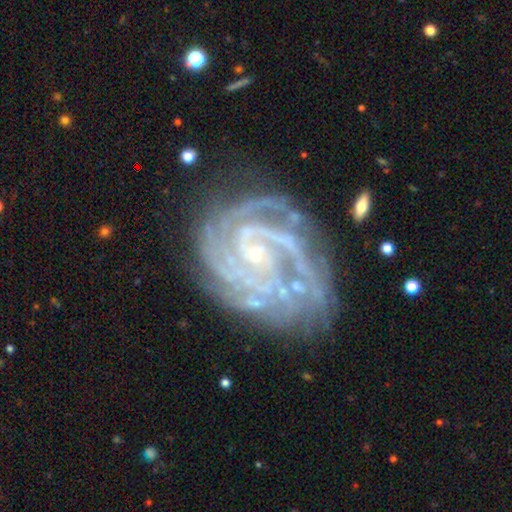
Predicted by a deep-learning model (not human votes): The model was most divided on "spiral arm count": 3: 29%, 4: 20%, 2: 19%, can't tell: 15%, more than 4: 10%, 1: 8%. More confident: spiral arms — yes (98%); edge-on disk — no (98%); smooth or featured — featured or disk (91%); bulge size — small (79%); spiral winding — tight (75%); merging — none (69%); bar — no (55%).